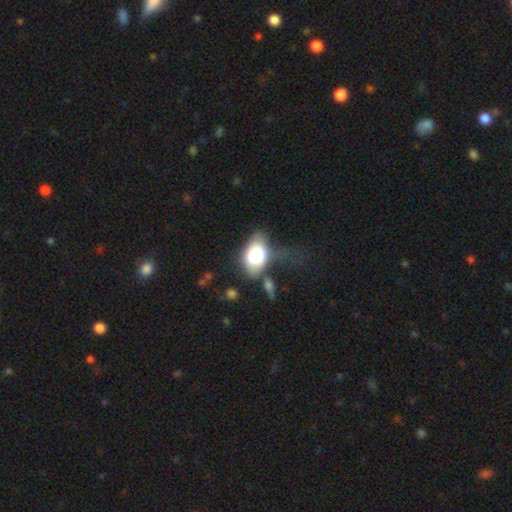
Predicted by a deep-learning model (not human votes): A smooth galaxy with no disk features (77%) that is in between round and cigar-shaped (88%).

Vote fractions:
- Smooth or featured? smooth: 77% / featured or disk: 15% / star or artifact: 8%
- How rounded? in between: 88% / round: 10% / cigar-shaped: 2%
- Merging? major disturbance: 31% / minor disturbance: 26% / none: 26% / merger: 16%